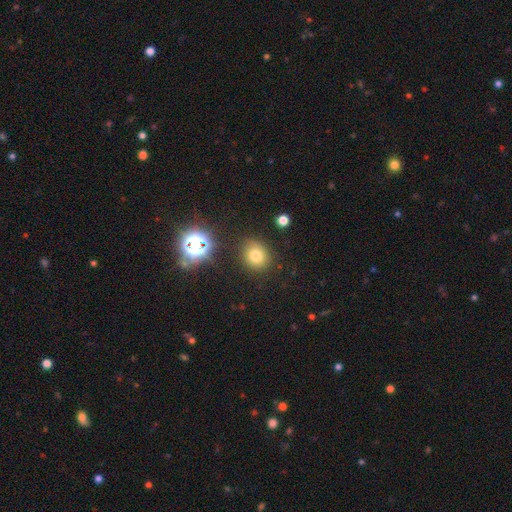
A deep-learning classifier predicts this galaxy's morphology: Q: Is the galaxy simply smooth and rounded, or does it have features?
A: smooth — 73%.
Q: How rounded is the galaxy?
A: round — 72%.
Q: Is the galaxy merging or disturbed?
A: none — 81%.